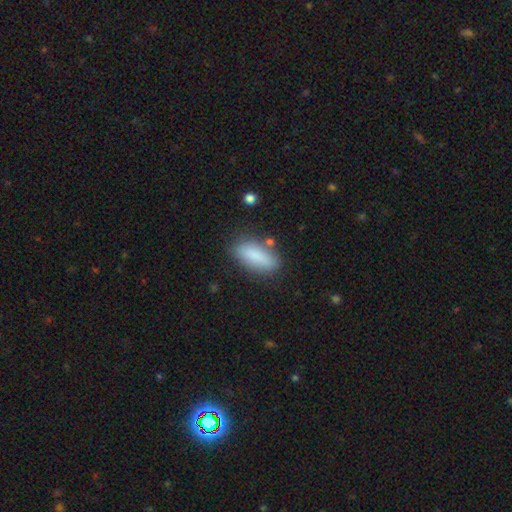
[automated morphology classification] Smooth or featured? Predicted: smooth (p=0.85). How rounded? Predicted: in between (p=0.76). Merging? Predicted: none (p=0.77).